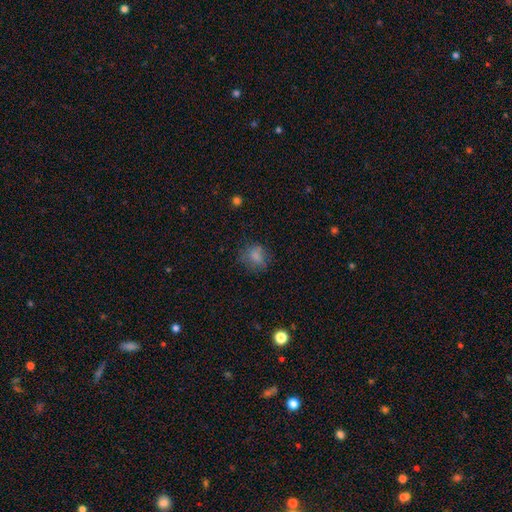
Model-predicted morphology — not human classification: This is likely a smooth galaxy (74%). How rounded: possibly round (57%). Merging: likely none (60%).